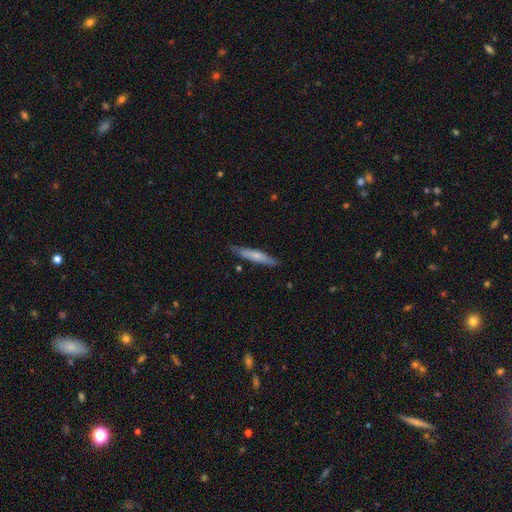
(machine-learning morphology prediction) Overall: smooth (59%; featured or disk 36%). How rounded: cigar-shaped (89%). Merging: none (83%).